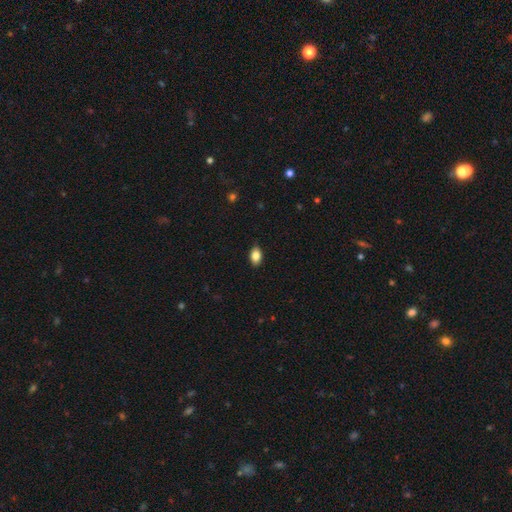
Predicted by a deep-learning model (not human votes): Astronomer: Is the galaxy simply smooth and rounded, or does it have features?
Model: smooth — 84%.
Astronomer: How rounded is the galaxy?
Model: in between — 86%.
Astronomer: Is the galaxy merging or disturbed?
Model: none — 85%.